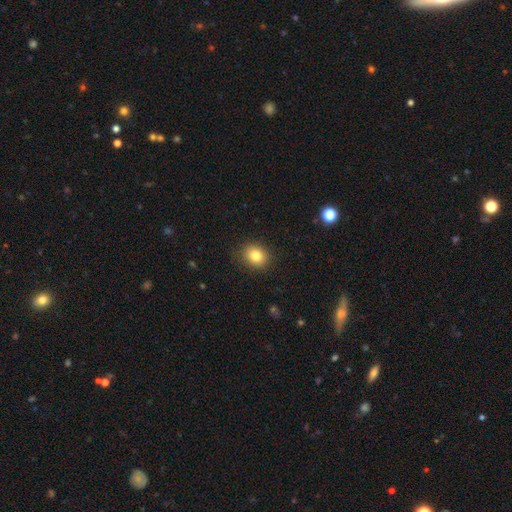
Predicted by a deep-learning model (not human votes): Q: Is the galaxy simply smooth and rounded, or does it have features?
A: smooth — 82%.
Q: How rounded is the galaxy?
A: round — 64%.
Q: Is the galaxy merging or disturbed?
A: none — 89%.